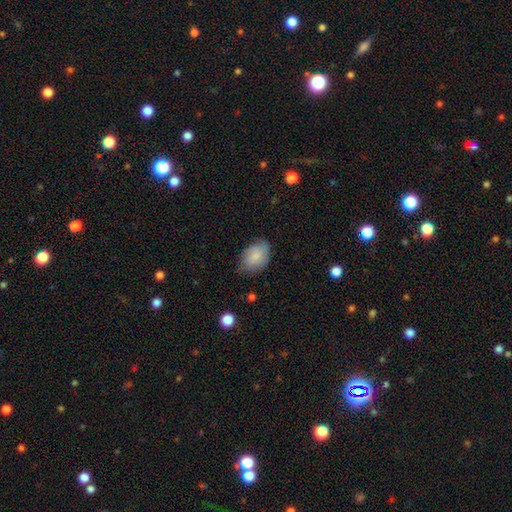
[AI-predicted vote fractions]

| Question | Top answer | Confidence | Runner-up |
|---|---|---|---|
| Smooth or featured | smooth | 81% | featured or disk (12%) |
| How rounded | in between | 86% | round (13%) |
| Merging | none | 64% | minor disturbance (29%) |